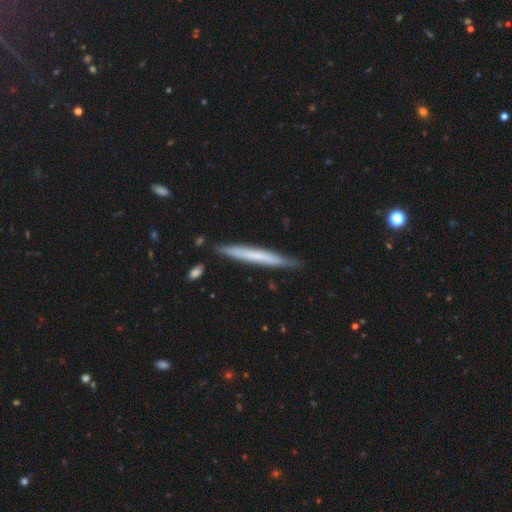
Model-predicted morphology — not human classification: Overall: smooth (52%; featured or disk 43%). How rounded: cigar-shaped (97%). Merging: none (85%).